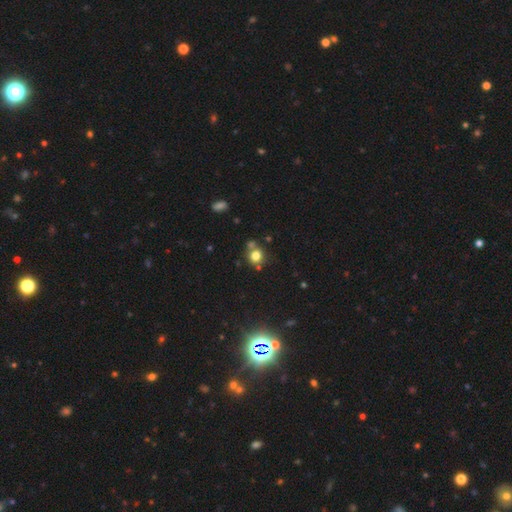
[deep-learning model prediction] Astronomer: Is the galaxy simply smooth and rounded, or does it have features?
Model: smooth — 76%.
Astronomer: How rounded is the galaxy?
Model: round — 83%.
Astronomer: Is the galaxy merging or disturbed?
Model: none — 63%.